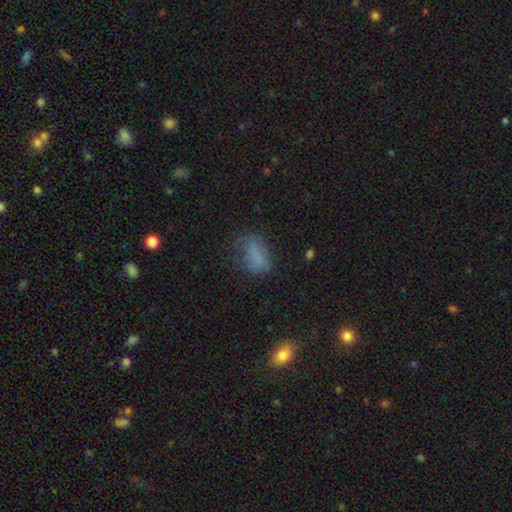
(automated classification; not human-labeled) A smooth galaxy with no disk features (74%) that is in between round and cigar-shaped (84%).

Vote fractions:
- Smooth or featured? smooth: 74% / star or artifact: 14% / featured or disk: 12%
- How rounded? in between: 84% / round: 8% / cigar-shaped: 7%
- Merging? none: 55% / minor disturbance: 26% / major disturbance: 16% / merger: 3%